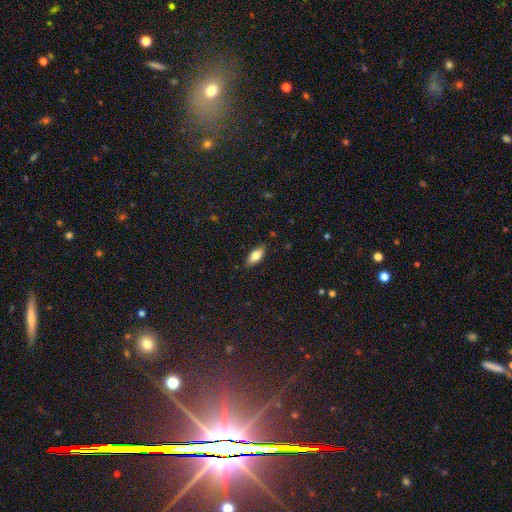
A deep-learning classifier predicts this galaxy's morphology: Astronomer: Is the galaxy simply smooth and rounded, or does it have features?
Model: smooth — 75%.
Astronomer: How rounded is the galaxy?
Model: in between — 84%.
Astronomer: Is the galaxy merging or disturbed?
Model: none — 85%.